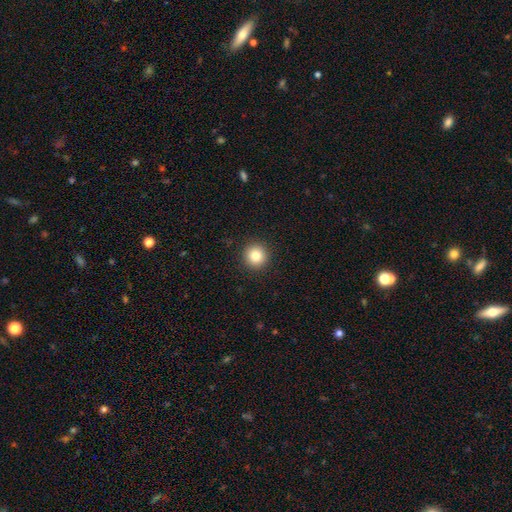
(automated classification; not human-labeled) This is clearly a smooth galaxy (83%). How rounded: clearly round (95%). Merging: clearly none (93%).